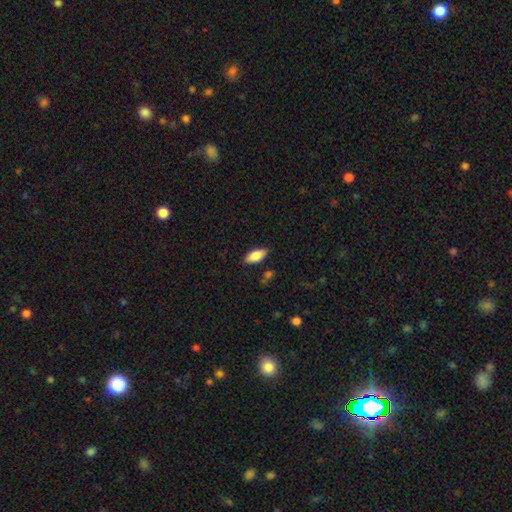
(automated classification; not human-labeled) This appears to be a smooth galaxy with no disk features (79%) that is in between round and cigar-shaped (84%). Merging: none (84%).